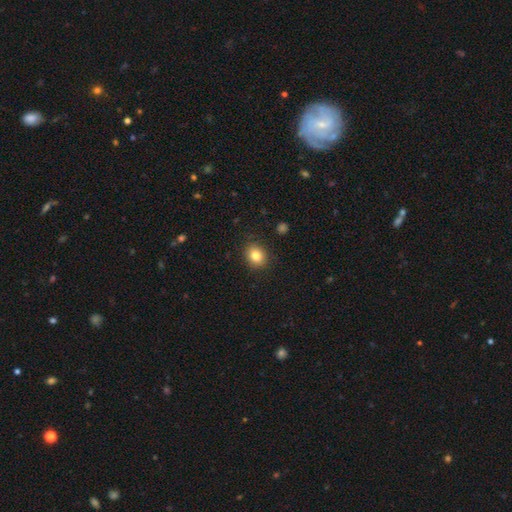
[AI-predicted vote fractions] smooth-or-featured: smooth: 82% | star or artifact: 10% | featured or disk: 8%
  how-rounded: round: 61% | in between: 38% | cigar-shaped: 1%
  merging: none: 88% | minor disturbance: 9% | major disturbance: 2% | merger: 1%